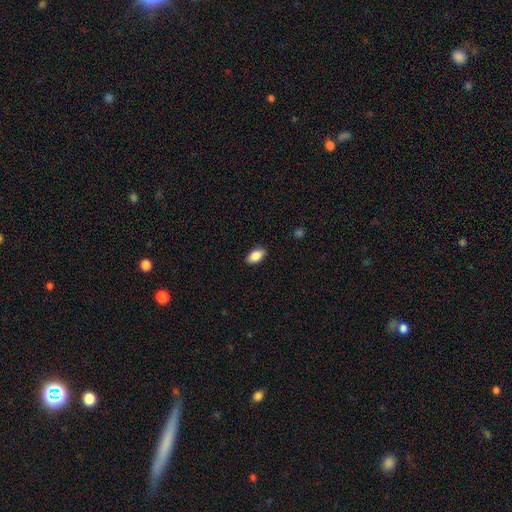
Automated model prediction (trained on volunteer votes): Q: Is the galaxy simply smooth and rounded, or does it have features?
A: smooth — 87%.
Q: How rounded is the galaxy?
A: in between — 92%.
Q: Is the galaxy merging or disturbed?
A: none — 88%.